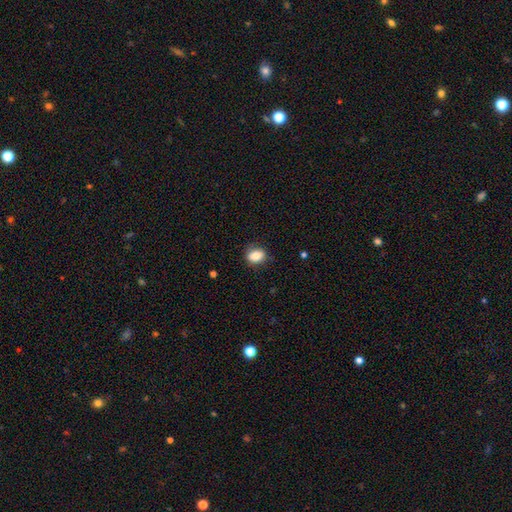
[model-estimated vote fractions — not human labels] smooth_or_featured: smooth (p=0.81) [alt: featured or disk p=0.10]
how_rounded: in between (p=0.56) [alt: round p=0.42]
merging: none (p=0.80) [alt: minor disturbance p=0.16]